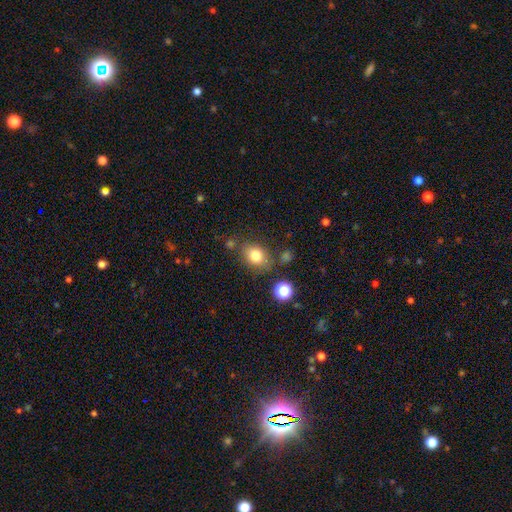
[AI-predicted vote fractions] smooth_or_featured: smooth (p=0.79) [alt: star or artifact p=0.11]
how_rounded: in between (p=0.57) [alt: round p=0.42]
merging: none (p=0.74) [alt: minor disturbance p=0.15]